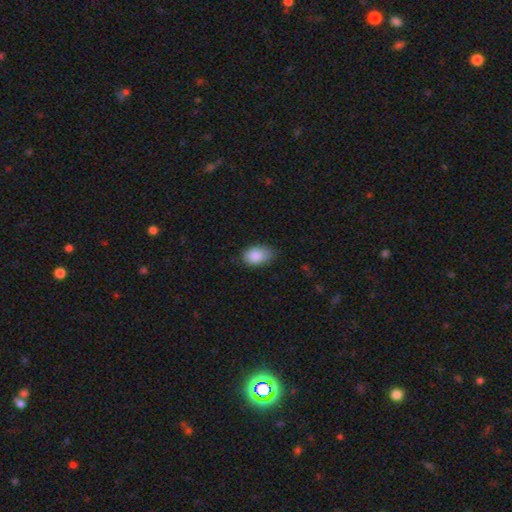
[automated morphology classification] Smooth or featured? Predicted: smooth (p=0.88). How rounded? Predicted: in between (p=0.88). Merging? Predicted: none (p=0.69).